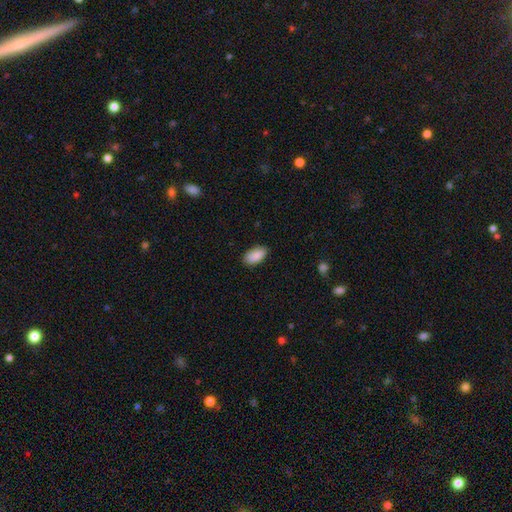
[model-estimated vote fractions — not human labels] A smooth galaxy with no disk features (89%) that is in between round and cigar-shaped (94%).

Vote fractions:
- Smooth or featured? smooth: 89% / star or artifact: 6% / featured or disk: 4%
- How rounded? in between: 94% / cigar-shaped: 3% / round: 3%
- Merging? none: 86% / minor disturbance: 11% / major disturbance: 2% / merger: 1%